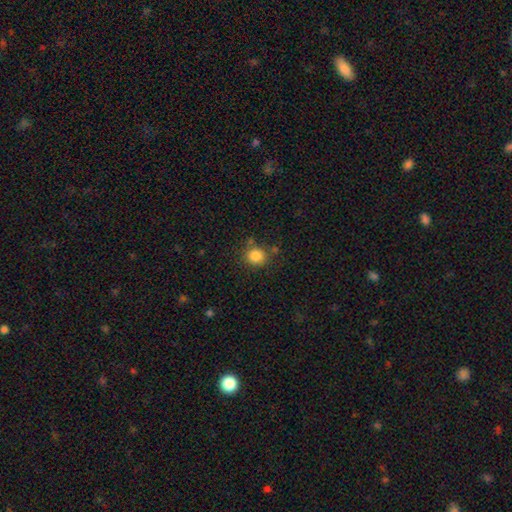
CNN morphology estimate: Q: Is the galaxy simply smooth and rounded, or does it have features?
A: smooth — 85%.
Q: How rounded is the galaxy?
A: round — 81%.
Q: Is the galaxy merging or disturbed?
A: none — 77%.